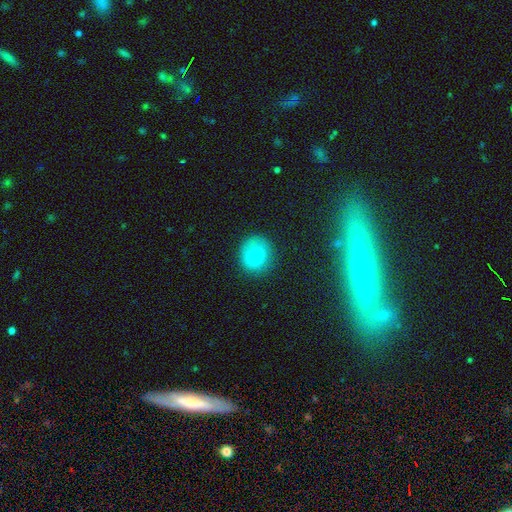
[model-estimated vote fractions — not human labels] This appears to be a smooth galaxy with no disk features (69%) that is round (81%). Merging: none (82%).